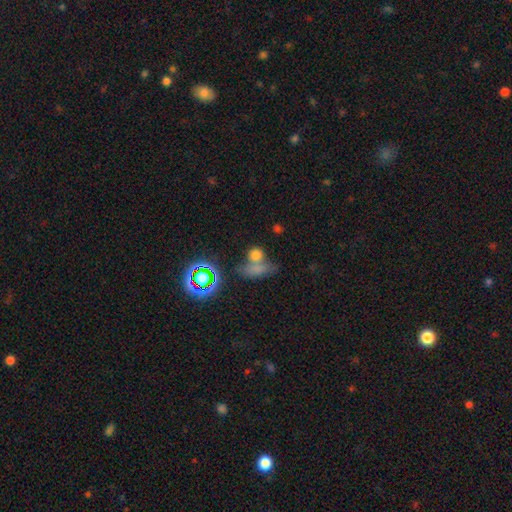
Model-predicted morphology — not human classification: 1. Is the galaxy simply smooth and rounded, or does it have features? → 70% smooth, 20% star or artifact, 11% featured or disk.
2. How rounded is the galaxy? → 57% round, 37% in between, 7% cigar-shaped.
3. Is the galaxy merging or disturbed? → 45% merger, 38% none, 10% minor disturbance, 7% major disturbance.